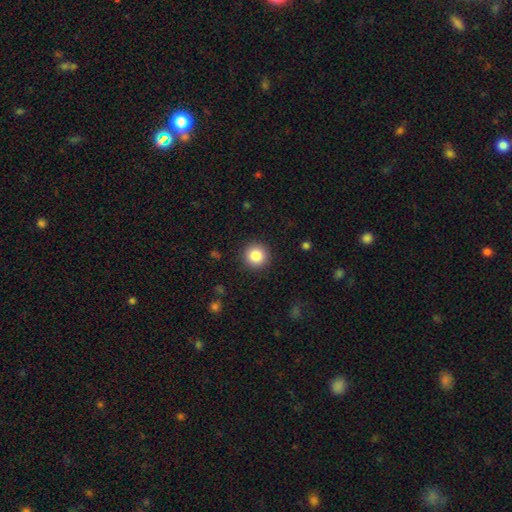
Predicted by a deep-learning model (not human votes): This appears to be a smooth galaxy with no disk features (85%) that is round (95%). Merging: none (91%).